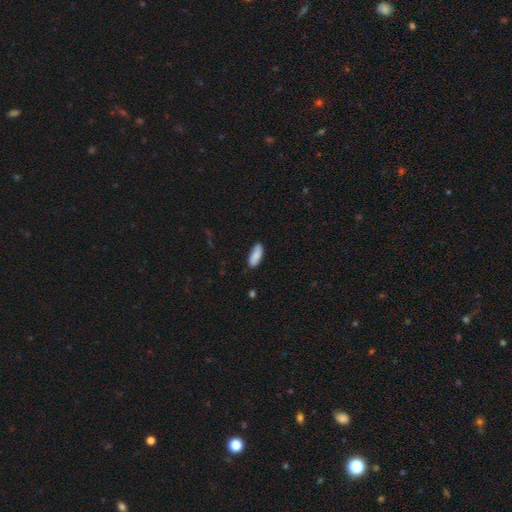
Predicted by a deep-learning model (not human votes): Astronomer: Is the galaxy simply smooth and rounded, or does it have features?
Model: smooth — 87%.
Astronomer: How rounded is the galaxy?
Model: in between — 76%.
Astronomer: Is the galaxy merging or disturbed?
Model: none — 81%.